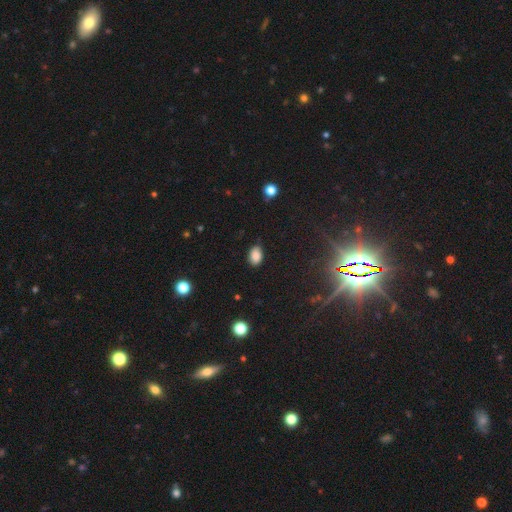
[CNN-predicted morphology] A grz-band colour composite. It shows a smooth galaxy with no disk features (86%) that is in between round and cigar-shaped (87%). Merging: none (83%).